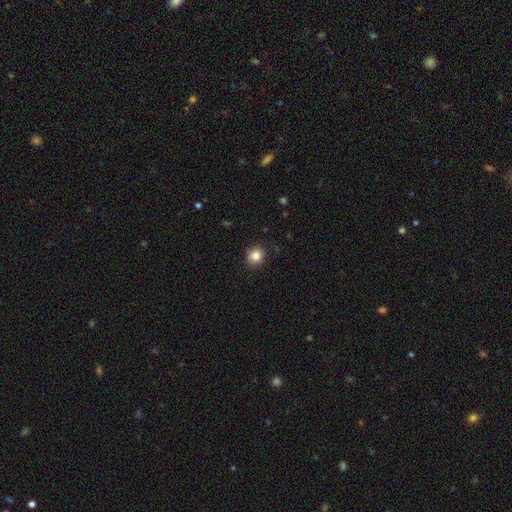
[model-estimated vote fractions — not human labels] This appears to be a smooth galaxy with no disk features (84%) that is round (74%). Merging: none (86%).